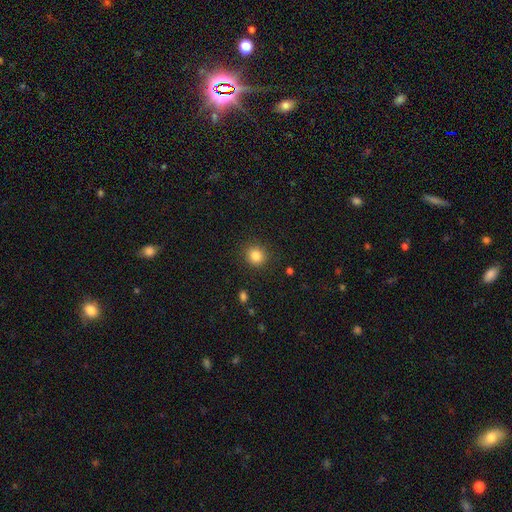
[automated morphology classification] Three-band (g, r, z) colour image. It shows a smooth galaxy with no disk features (84%) that is round (88%). Merging: none (90%).